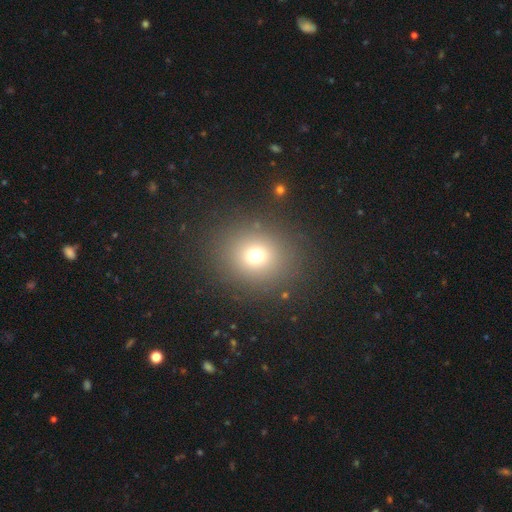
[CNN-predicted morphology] Q: Smooth or featured?
A: smooth (71%); runner-up: star or artifact (19%)
Q: How rounded?
A: round (79%); runner-up: in between (20%)
Q: Merging?
A: none (86%); runner-up: minor disturbance (7%)